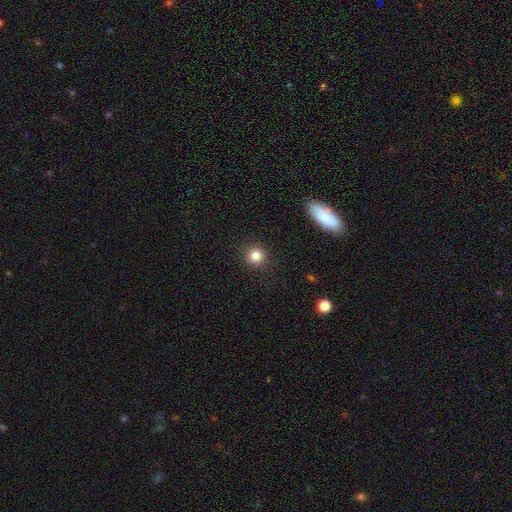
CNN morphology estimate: smooth-or-featured: smooth: 83% | star or artifact: 12% | featured or disk: 6%
  how-rounded: round: 92% | in between: 7% | cigar-shaped: 1%
  merging: none: 90% | minor disturbance: 6% | major disturbance: 2% | merger: 1%